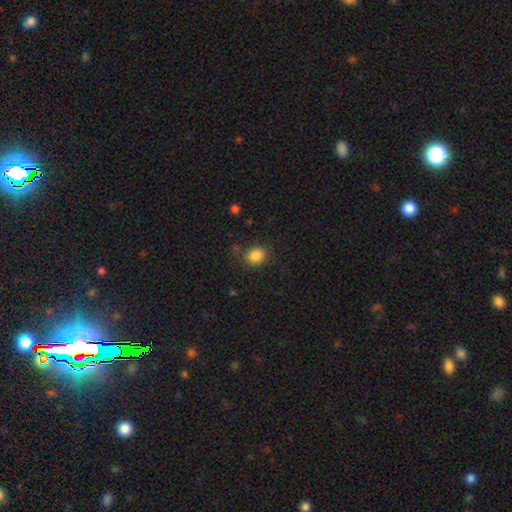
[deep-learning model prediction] Overall: smooth (85%). How rounded: round (70%). Merging: none (83%).